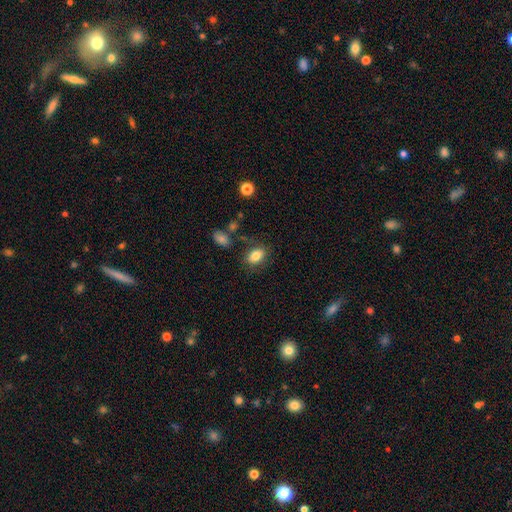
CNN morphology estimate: Smooth or featured: smooth — 82% (featured or disk — 9%)
How rounded: in between — 86% (round — 12%)
Merging: none — 78% (minor disturbance — 14%)